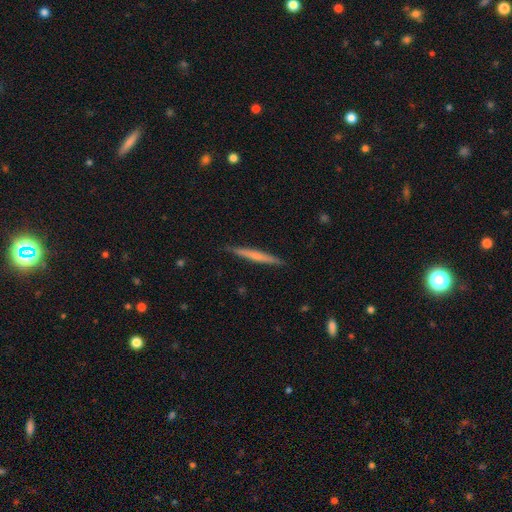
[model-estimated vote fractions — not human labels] Smooth or featured? smooth (49%)
Merging? none (90%)